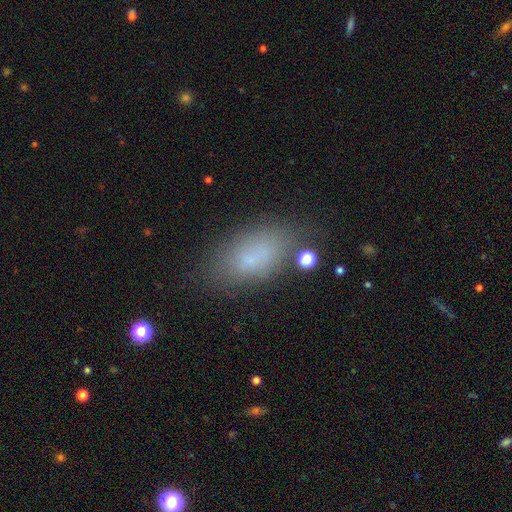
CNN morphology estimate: This is likely a smooth galaxy (76%). How rounded: clearly in between (89%). Merging: likely none (72%).